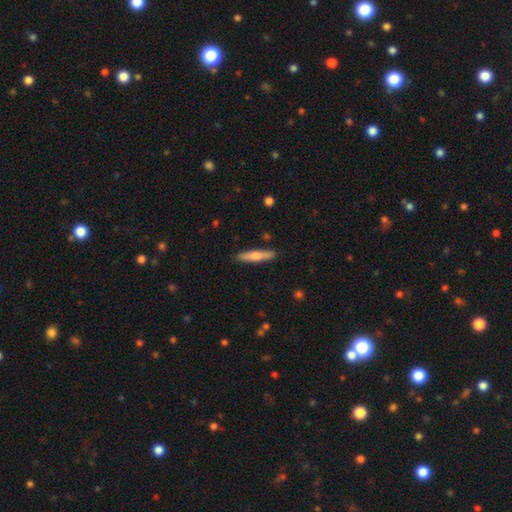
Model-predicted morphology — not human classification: This appears to be a smooth galaxy with no disk features (67%) that is cigar-shaped (87%). Merging: none (87%).